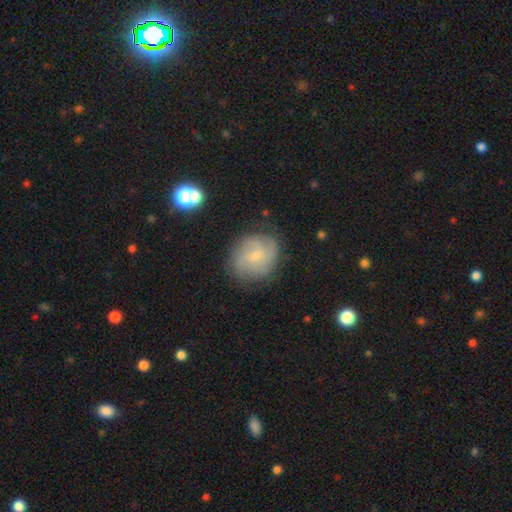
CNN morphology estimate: Smooth or featured? Predicted: featured or disk (p=0.62). Edge-on disk? Predicted: no (p=0.97). Bar? Predicted: no (p=0.57). Spiral arms? Predicted: yes (p=0.88). Spiral winding? Predicted: tight (p=0.49). Spiral arm count? Predicted: can't tell (p=0.37). Bulge size? Predicted: small (p=0.67). Merging? Predicted: none (p=0.76).